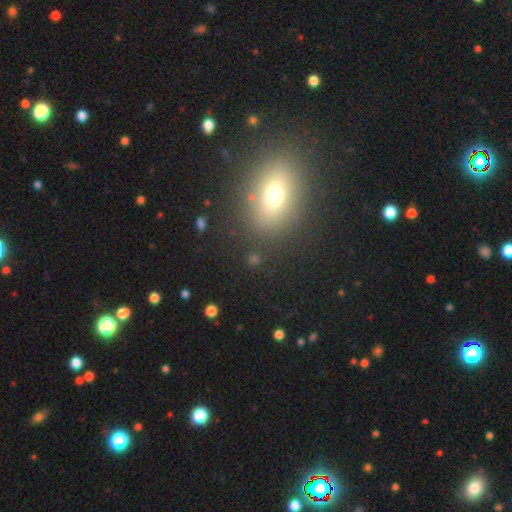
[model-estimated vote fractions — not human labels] Smooth or featured? smooth (62%)
How rounded? in between (62%)
Merging? none (85%)